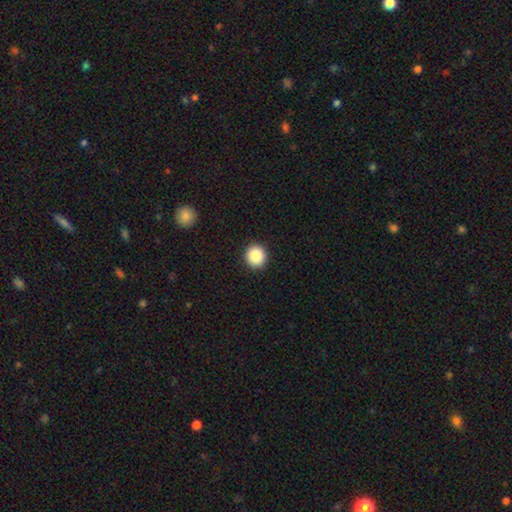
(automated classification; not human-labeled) Smooth or featured?
  - smooth: 88% *
  - star or artifact: 9%
  - featured or disk: 3%
How rounded?
  - round: 92% *
  - in between: 7%
  - cigar-shaped: 1%
Merging?
  - none: 93% *
  - minor disturbance: 5%
  - major disturbance: 2%
  - merger: 1%